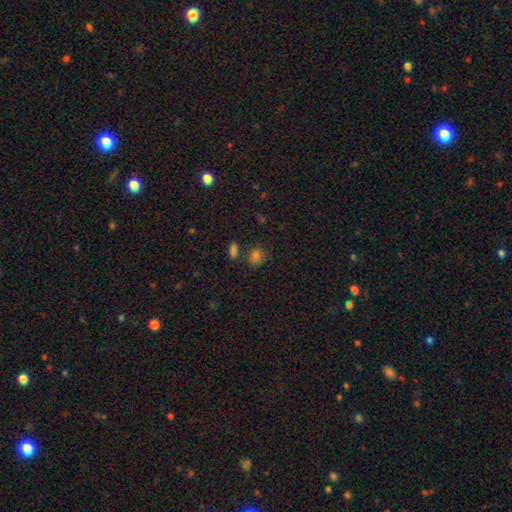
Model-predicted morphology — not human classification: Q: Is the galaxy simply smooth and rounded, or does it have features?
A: smooth — 77%.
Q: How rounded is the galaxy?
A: round — 59%.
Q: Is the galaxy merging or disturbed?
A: none — 71%.